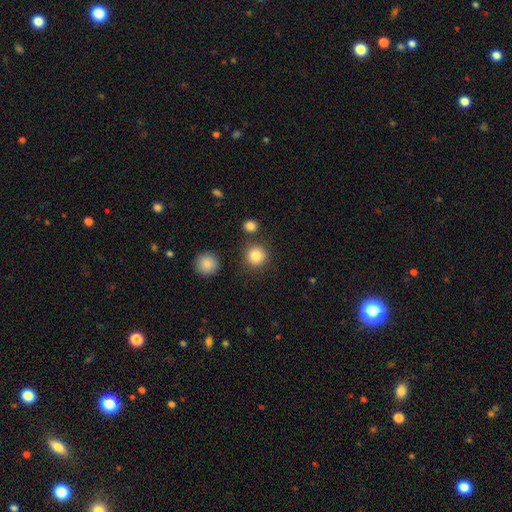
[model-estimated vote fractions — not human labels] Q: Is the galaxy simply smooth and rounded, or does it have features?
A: smooth — 84%.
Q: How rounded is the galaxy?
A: round — 93%.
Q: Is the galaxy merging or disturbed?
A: none — 84%.